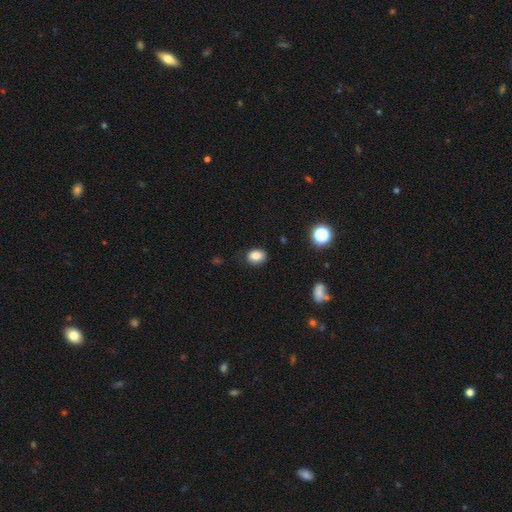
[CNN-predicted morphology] Smooth or featured?
  - smooth: 83% *
  - star or artifact: 11%
  - featured or disk: 6%
How rounded?
  - in between: 59% *
  - round: 40%
  - cigar-shaped: 1%
Merging?
  - none: 81% *
  - minor disturbance: 14%
  - major disturbance: 3%
  - merger: 1%